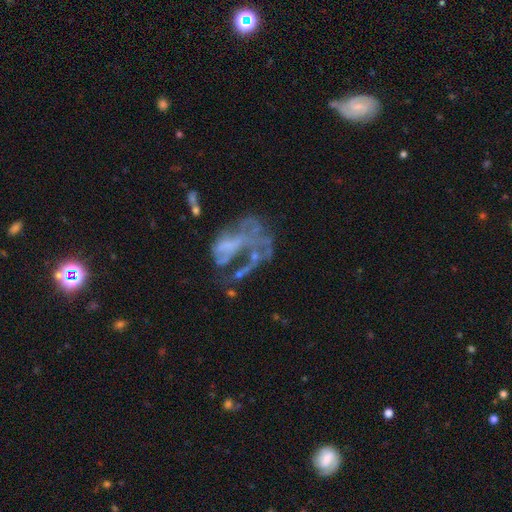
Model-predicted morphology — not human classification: The model was most divided on "merging": major disturbance: 50%, none: 21%, merger: 18%, minor disturbance: 11%. More confident: edge-on disk — no (97%); bar — no (80%); spiral arms — no (75%); bulge size — none (70%); smooth or featured — featured or disk (65%).